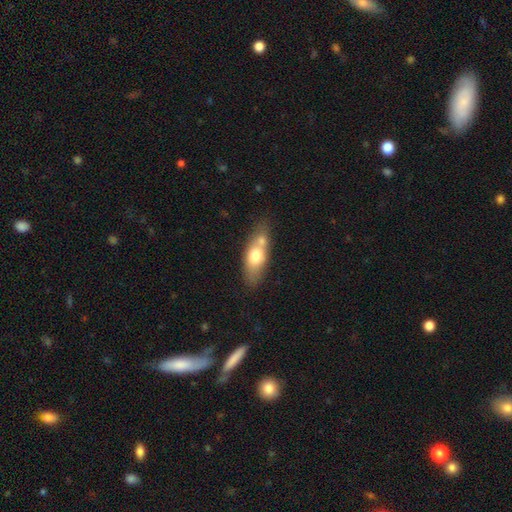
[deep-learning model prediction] The model was most divided on "merging": none: 53%, merger: 27%, minor disturbance: 16%, major disturbance: 5%. More confident: how rounded — in between (67%); smooth or featured — smooth (62%).